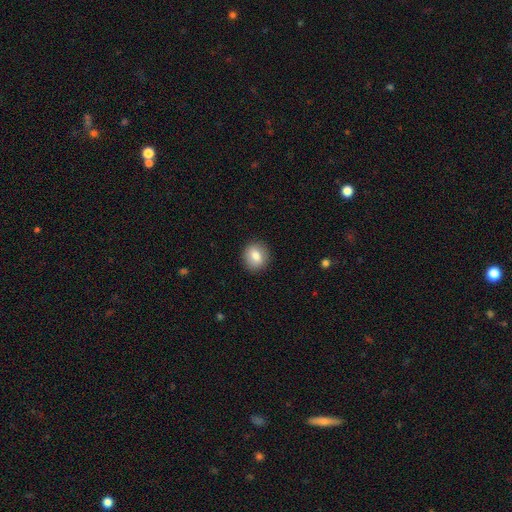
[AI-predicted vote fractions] This appears to be a smooth galaxy with no disk features (80%) that is round (80%). Merging: none (90%).